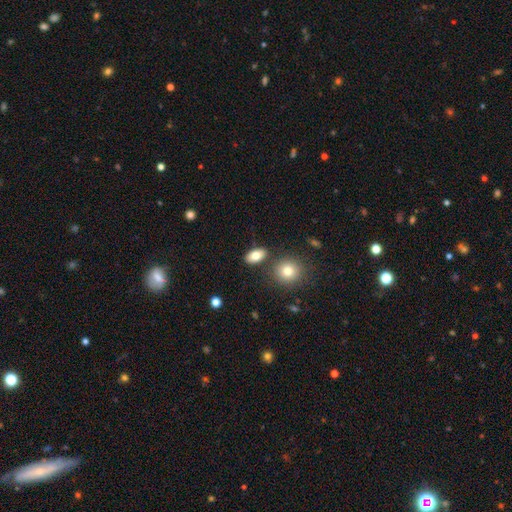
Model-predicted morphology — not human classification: Smooth or featured: smooth — 81% (featured or disk — 11%)
How rounded: in between — 88% (round — 9%)
Merging: none — 81% (minor disturbance — 10%)